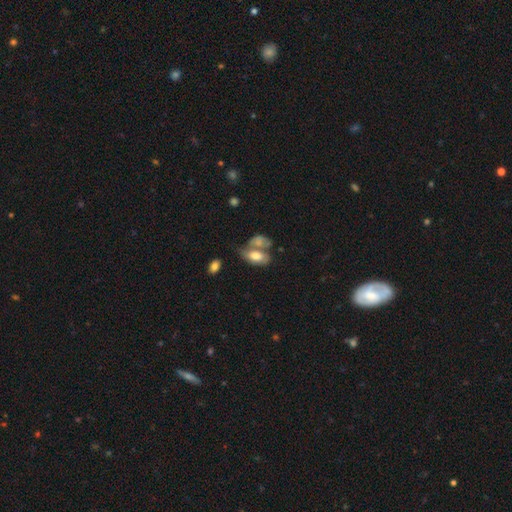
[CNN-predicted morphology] A smooth galaxy with no disk features (65%) that is in between round and cigar-shaped (90%).

Vote fractions:
- Smooth or featured? smooth: 65% / featured or disk: 27% / star or artifact: 8%
- How rounded? in between: 90% / round: 7% / cigar-shaped: 3%
- Merging? merger: 51% / none: 24% / minor disturbance: 14% / major disturbance: 11%